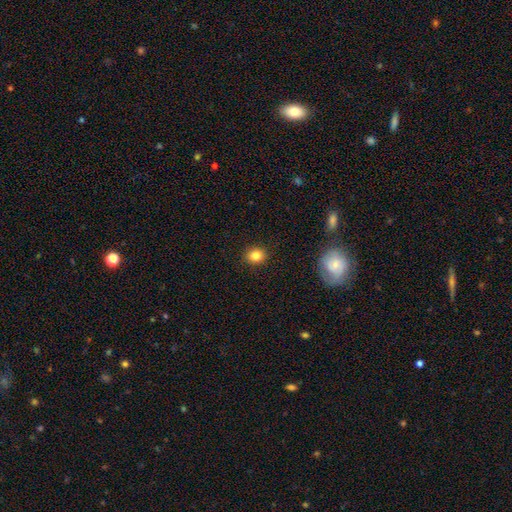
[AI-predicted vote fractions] smooth-or-featured: smooth: 83% | star or artifact: 11% | featured or disk: 6%
  how-rounded: round: 70% | in between: 29% | cigar-shaped: 1%
  merging: none: 90% | minor disturbance: 7% | major disturbance: 2% | merger: 1%